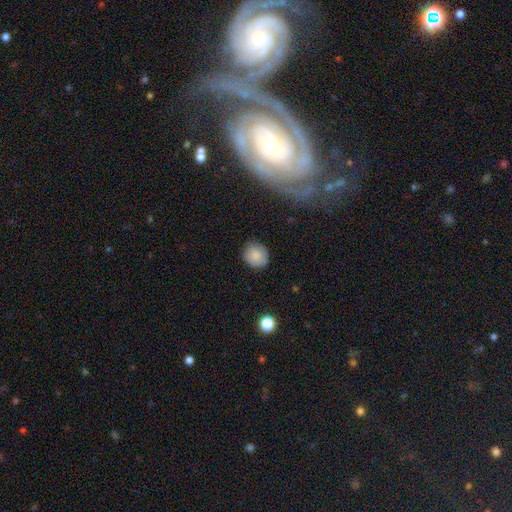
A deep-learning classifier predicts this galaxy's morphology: type=smooth (85%); roundness=round (82%); merging=none (83%).